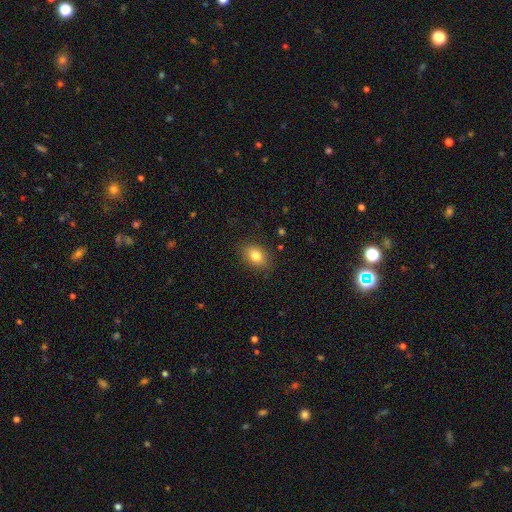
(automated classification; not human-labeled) smooth_or_featured: smooth (p=0.81) [alt: featured or disk p=0.10]
how_rounded: in between (p=0.77) [alt: round p=0.22]
merging: none (p=0.86) [alt: minor disturbance p=0.10]